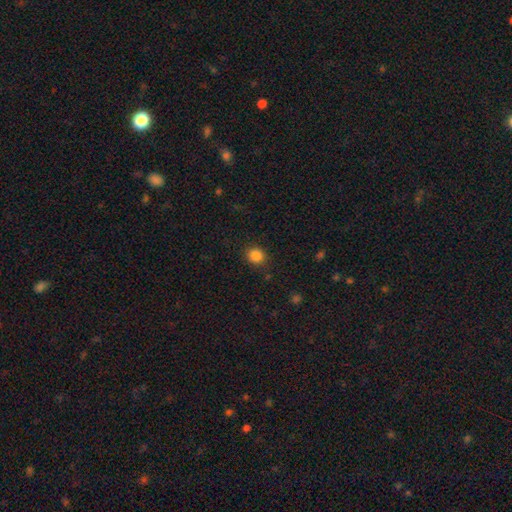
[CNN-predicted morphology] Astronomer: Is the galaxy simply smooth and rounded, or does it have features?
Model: smooth — 85%.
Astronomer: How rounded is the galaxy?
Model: round — 81%.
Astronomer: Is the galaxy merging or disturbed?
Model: none — 87%.